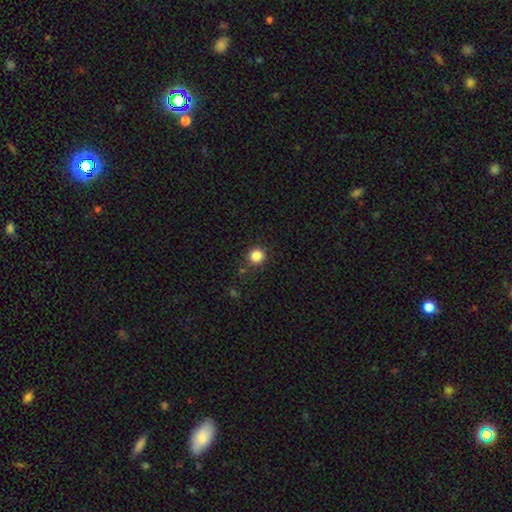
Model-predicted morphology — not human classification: A smooth galaxy with no disk features (86%) that is round (92%). Merging: none (86%).